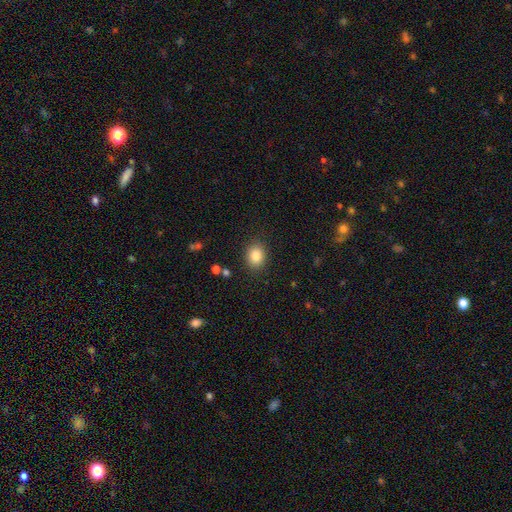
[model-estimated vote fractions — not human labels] This appears to be a smooth galaxy with no disk features (85%) that is in between round and cigar-shaped (51%). Merging: none (88%).